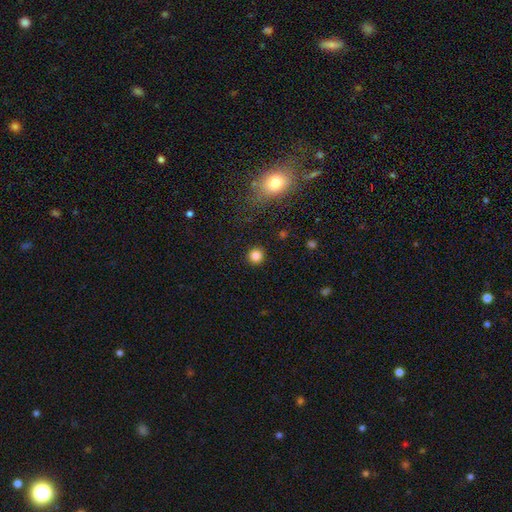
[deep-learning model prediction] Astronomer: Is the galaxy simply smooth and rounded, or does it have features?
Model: smooth — 84%.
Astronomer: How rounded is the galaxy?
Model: round — 94%.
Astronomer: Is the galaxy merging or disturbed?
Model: none — 92%.